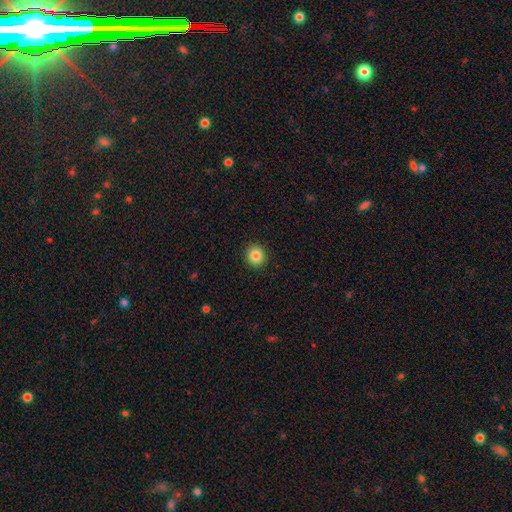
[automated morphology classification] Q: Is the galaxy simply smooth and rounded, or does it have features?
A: smooth — 85%.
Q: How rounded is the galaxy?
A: round — 85%.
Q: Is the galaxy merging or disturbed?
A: none — 92%.